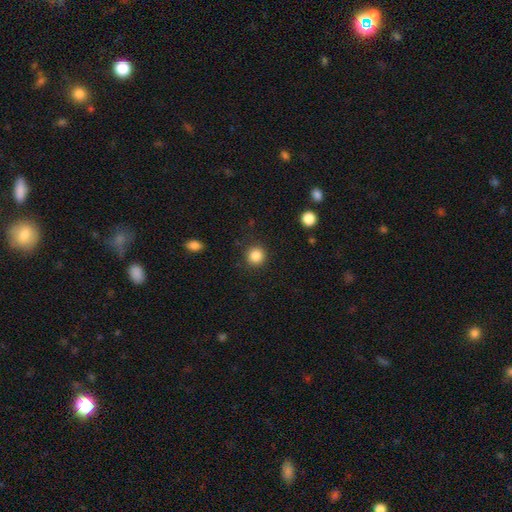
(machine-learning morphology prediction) type=smooth (86%); roundness=round (93%); merging=none (90%).